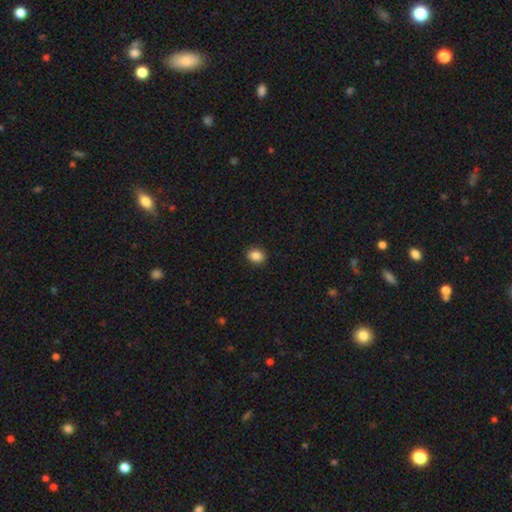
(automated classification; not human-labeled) This appears to be a smooth galaxy with no disk features (88%) that is in between round and cigar-shaped (59%). Merging: none (90%).